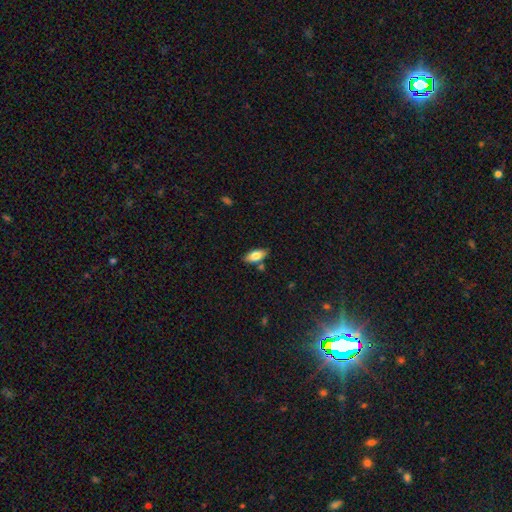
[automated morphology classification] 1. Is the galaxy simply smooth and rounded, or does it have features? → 76% smooth, 17% featured or disk, 7% star or artifact.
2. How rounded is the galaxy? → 88% in between, 10% cigar-shaped, 3% round.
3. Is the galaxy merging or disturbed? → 80% none, 12% minor disturbance, 6% merger, 2% major disturbance.